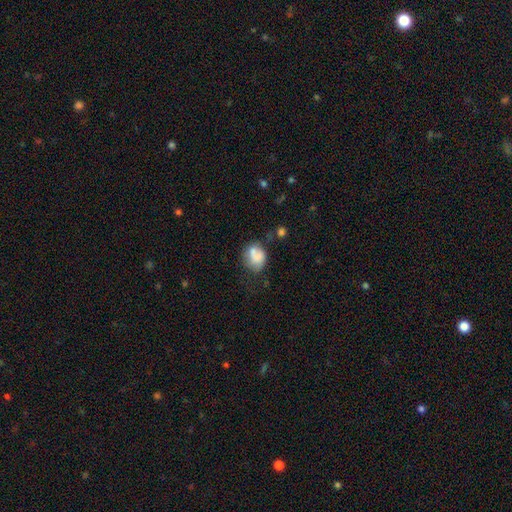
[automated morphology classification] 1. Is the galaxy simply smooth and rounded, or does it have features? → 71% smooth, 20% featured or disk, 9% star or artifact.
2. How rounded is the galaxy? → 51% in between, 48% round, 1% cigar-shaped.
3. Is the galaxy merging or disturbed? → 38% none, 25% minor disturbance, 23% merger, 14% major disturbance.